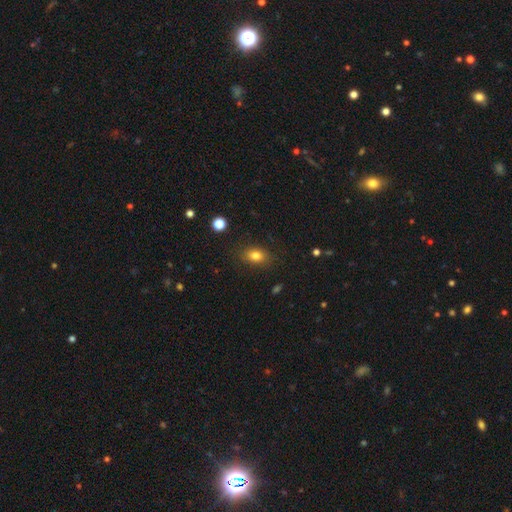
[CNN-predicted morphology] Smooth or featured? smooth (81%)
How rounded? in between (73%)
Merging? none (84%)